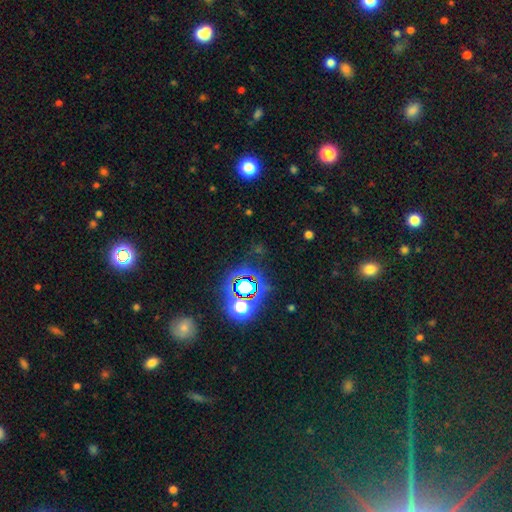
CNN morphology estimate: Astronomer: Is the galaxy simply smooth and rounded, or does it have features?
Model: star or artifact — 76%.